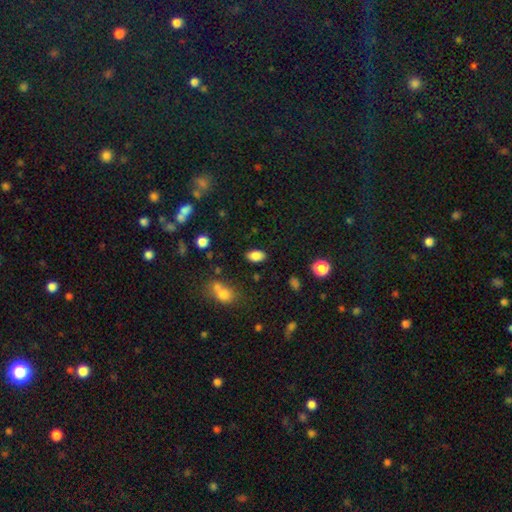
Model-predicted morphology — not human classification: Smooth or featured: smooth — 84% (star or artifact — 9%)
How rounded: in between — 90% (round — 8%)
Merging: none — 84% (minor disturbance — 10%)